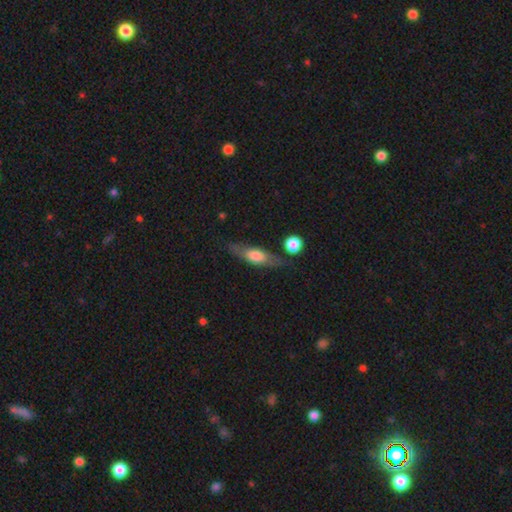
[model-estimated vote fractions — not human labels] Smooth or featured?
  - smooth: 51% *
  - featured or disk: 43%
  - star or artifact: 7%
How rounded?
  - cigar-shaped: 48% *
  - in between: 47%
  - round: 5%
Merging?
  - none: 67% *
  - minor disturbance: 19%
  - merger: 7%
  - major disturbance: 7%